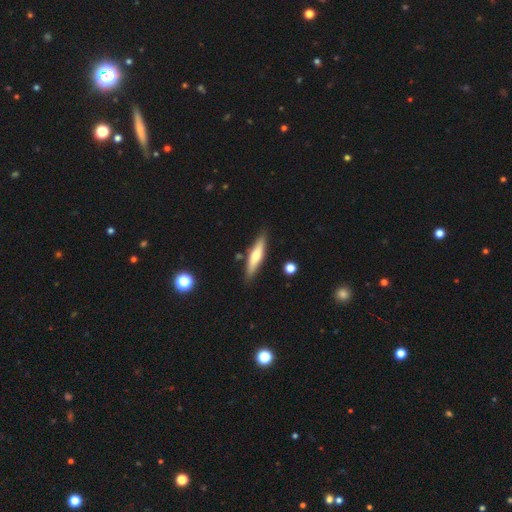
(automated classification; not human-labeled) The model was most divided on "smooth or featured": smooth: 51%, featured or disk: 43%, star or artifact: 6%. More confident: merging — none (85%); how rounded — cigar-shaped (79%).